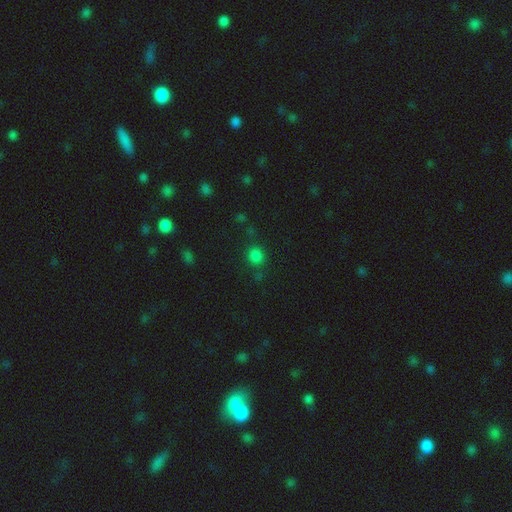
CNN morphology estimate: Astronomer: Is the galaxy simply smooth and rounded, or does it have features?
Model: smooth — 79%.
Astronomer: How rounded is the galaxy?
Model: round — 84%.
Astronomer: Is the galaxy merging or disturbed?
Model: none — 81%.